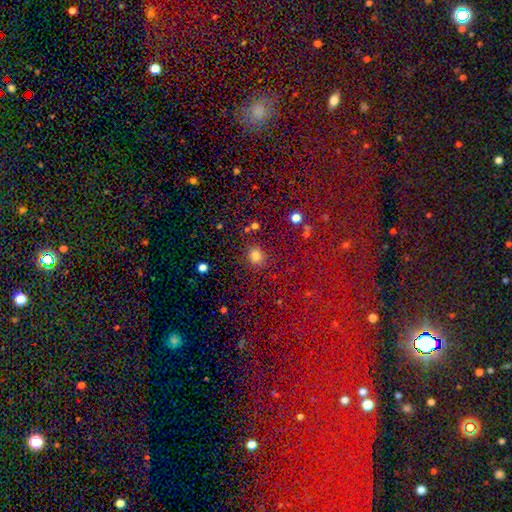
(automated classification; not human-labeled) smooth 79%, star or artifact 16%, featured or disk 5%. Down the decision tree: how rounded — round (80%); merging — none (83%).